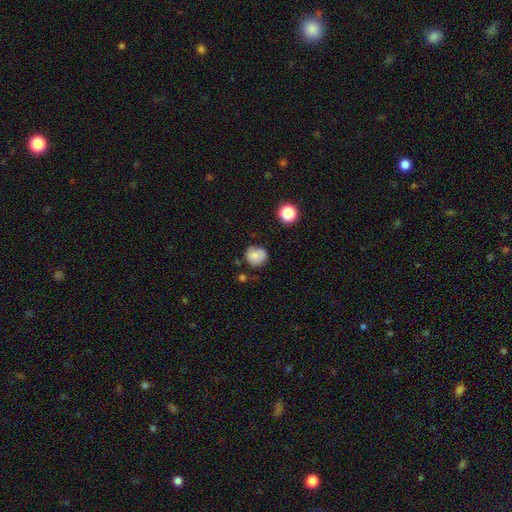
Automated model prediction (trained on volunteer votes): A smooth galaxy with no disk features (79%) that is round (82%).

Vote fractions:
- Smooth or featured? smooth: 79% / featured or disk: 11% / star or artifact: 10%
- How rounded? round: 82% / in between: 17% / cigar-shaped: 1%
- Merging? none: 70% / minor disturbance: 22% / major disturbance: 5% / merger: 4%